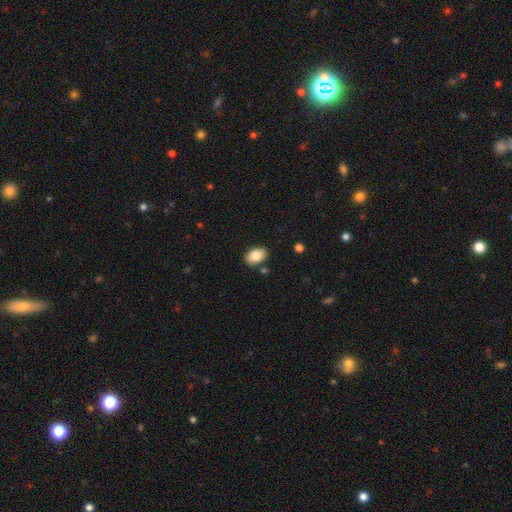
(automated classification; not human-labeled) smooth-or-featured: smooth: 84% | featured or disk: 9% | star or artifact: 7%
  how-rounded: in between: 86% | round: 12% | cigar-shaped: 1%
  merging: none: 82% | minor disturbance: 11% | merger: 4% | major disturbance: 2%